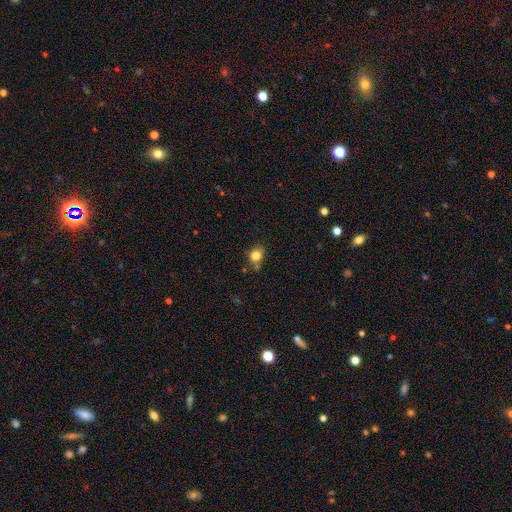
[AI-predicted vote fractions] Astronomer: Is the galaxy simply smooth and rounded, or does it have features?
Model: smooth — 81%.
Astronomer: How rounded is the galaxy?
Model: round — 64%.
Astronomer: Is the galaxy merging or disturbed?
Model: none — 63%.